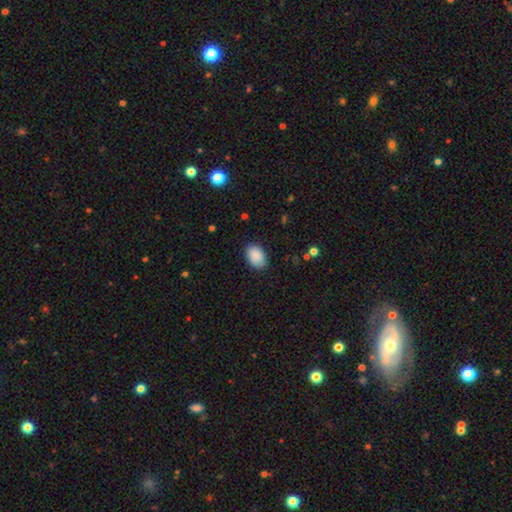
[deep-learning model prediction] Smooth or featured?
  - smooth: 90% *
  - star or artifact: 7%
  - featured or disk: 3%
How rounded?
  - in between: 87% *
  - round: 12%
  - cigar-shaped: 1%
Merging?
  - none: 85% *
  - minor disturbance: 11%
  - major disturbance: 2%
  - merger: 1%